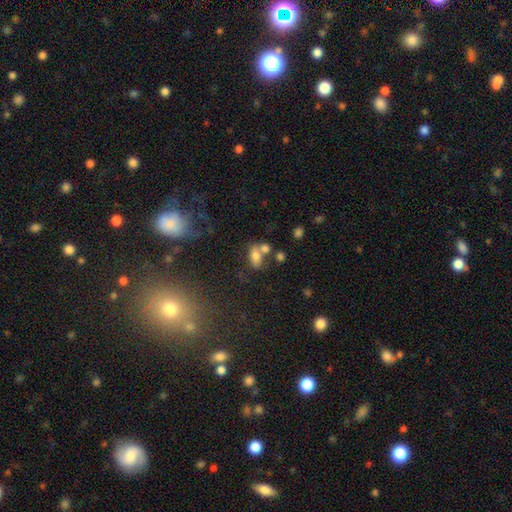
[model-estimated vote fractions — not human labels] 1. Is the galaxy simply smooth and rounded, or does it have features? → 72% smooth, 15% featured or disk, 13% star or artifact.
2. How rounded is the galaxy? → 83% in between, 13% round, 4% cigar-shaped.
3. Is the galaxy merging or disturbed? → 42% merger, 37% none, 13% minor disturbance, 7% major disturbance.